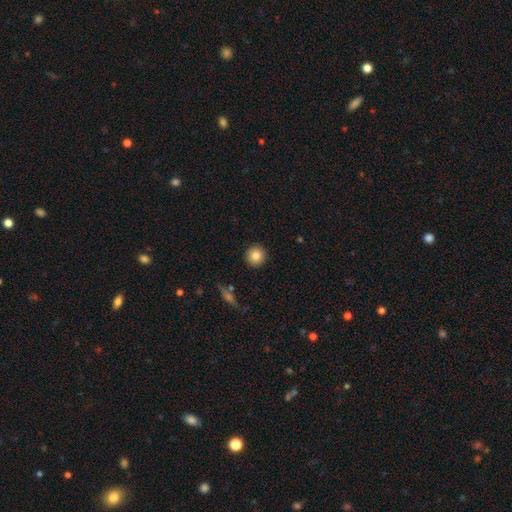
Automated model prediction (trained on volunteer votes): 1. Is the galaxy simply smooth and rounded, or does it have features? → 83% smooth, 9% star or artifact, 8% featured or disk.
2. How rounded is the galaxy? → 94% round, 5% in between, 1% cigar-shaped.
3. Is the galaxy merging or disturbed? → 92% none, 5% minor disturbance, 2% major disturbance, 1% merger.